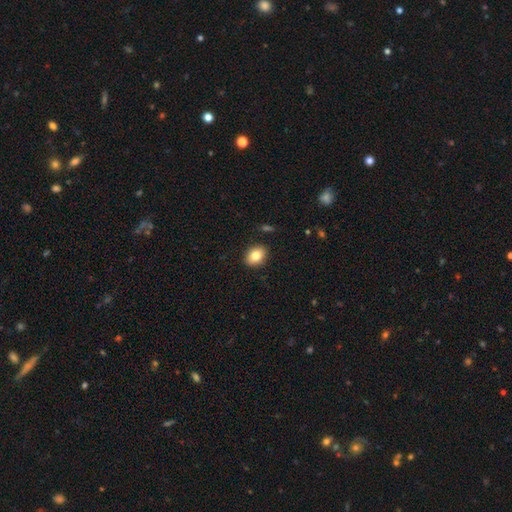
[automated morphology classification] This is clearly a smooth galaxy (83%). How rounded: likely in between (64%). Merging: clearly none (88%).